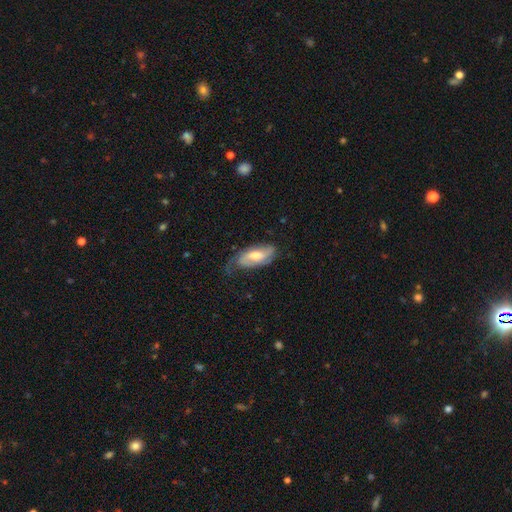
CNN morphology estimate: Q: Smooth or featured?
A: featured or disk (63%); runner-up: smooth (31%)
Q: Edge-on disk?
A: no (90%); runner-up: yes (10%)
Q: Bar?
A: no (44%); runner-up: weak (42%)
Q: Spiral arms?
A: yes (89%); runner-up: no (11%)
Q: Spiral winding?
A: medium (42%); runner-up: loose (29%)
Q: Spiral arm count?
A: 2 (67%); runner-up: can't tell (17%)
Q: Bulge size?
A: moderate (61%); runner-up: small (23%)
Q: Merging?
A: none (53%); runner-up: minor disturbance (31%)